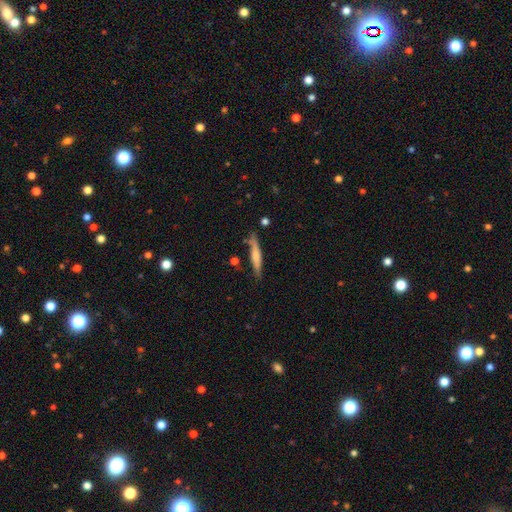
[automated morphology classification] This is possibly a smooth galaxy (58%). How rounded: clearly cigar-shaped (92%). Merging: likely none (78%).